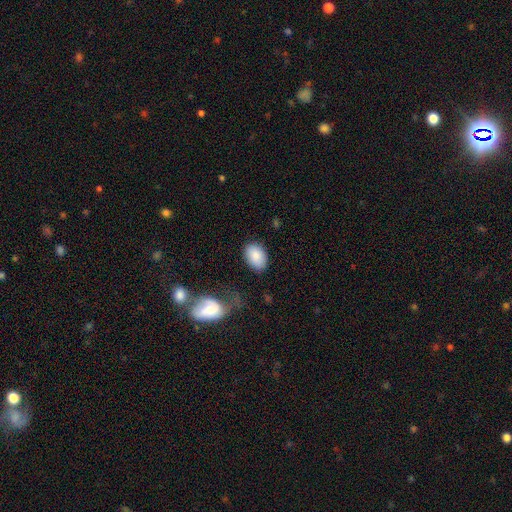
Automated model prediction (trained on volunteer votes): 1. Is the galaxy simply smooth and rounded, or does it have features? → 84% smooth, 9% featured or disk, 7% star or artifact.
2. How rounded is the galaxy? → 86% in between, 12% round, 1% cigar-shaped.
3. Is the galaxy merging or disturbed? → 79% none, 13% minor disturbance, 4% major disturbance, 3% merger.